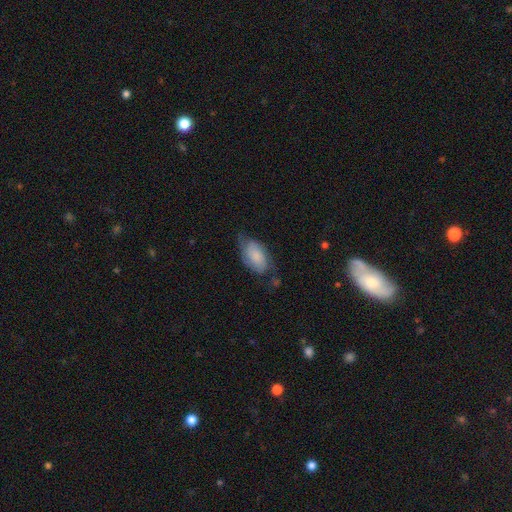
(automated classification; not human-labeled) Q: Smooth or featured?
A: smooth (65%); runner-up: featured or disk (27%)
Q: How rounded?
A: in between (93%); runner-up: round (5%)
Q: Merging?
A: none (48%); runner-up: minor disturbance (35%)